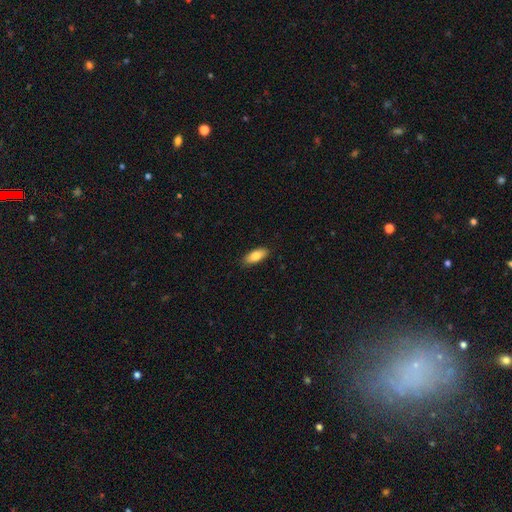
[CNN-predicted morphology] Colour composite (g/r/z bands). It shows a smooth galaxy with no disk features (83%) that is in between round and cigar-shaped (82%). Merging: none (88%).